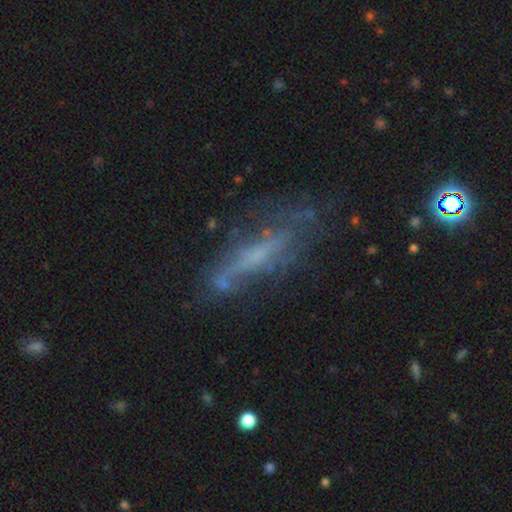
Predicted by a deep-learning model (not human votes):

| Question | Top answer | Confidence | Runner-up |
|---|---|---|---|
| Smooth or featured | featured or disk | 56% | smooth (30%) |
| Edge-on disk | no | 54% | yes (46%) |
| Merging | none | 55% | minor disturbance (24%) |